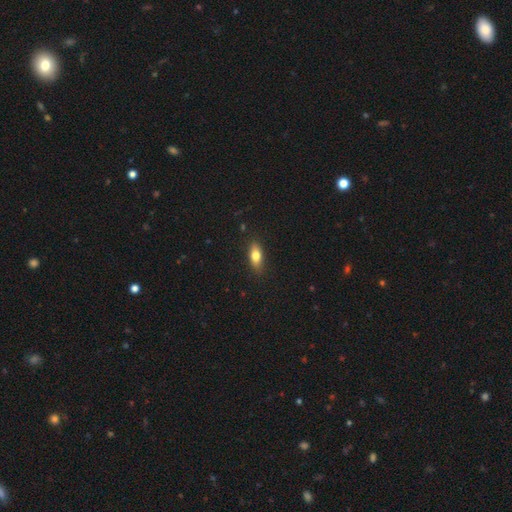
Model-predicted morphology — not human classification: smooth 75%, featured or disk 18%, star or artifact 7%. Down the decision tree: how rounded — in between (76%); merging — none (86%).